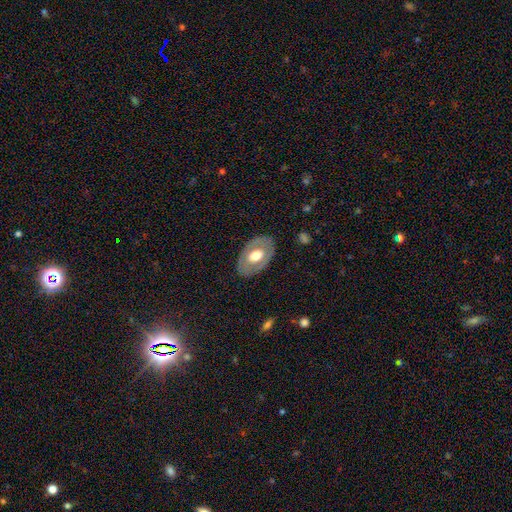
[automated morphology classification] This is possibly a featured or disk galaxy (48%). Merging: clearly none (82%).